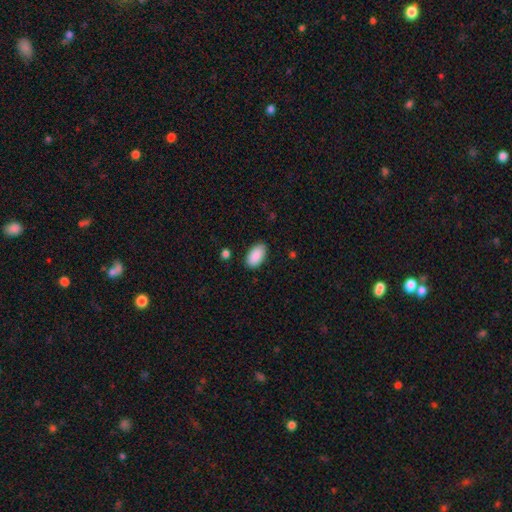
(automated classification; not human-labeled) Smooth or featured?
  - smooth: 90% *
  - star or artifact: 6%
  - featured or disk: 3%
How rounded?
  - in between: 95% *
  - round: 3%
  - cigar-shaped: 2%
Merging?
  - none: 86% *
  - minor disturbance: 10%
  - major disturbance: 2%
  - merger: 1%